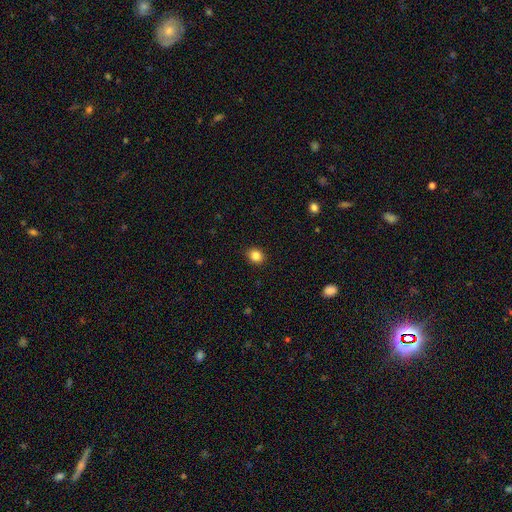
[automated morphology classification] The model was most divided on "how rounded": round: 75%, in between: 24%, cigar-shaped: 1%. More confident: merging — none (91%); smooth or featured — smooth (85%).